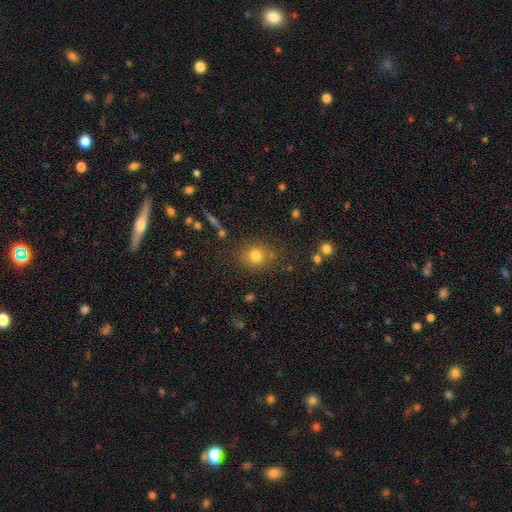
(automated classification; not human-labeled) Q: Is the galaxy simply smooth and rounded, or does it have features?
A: smooth — 78%.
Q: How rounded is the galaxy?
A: round — 77%.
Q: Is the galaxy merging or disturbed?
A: none — 78%.